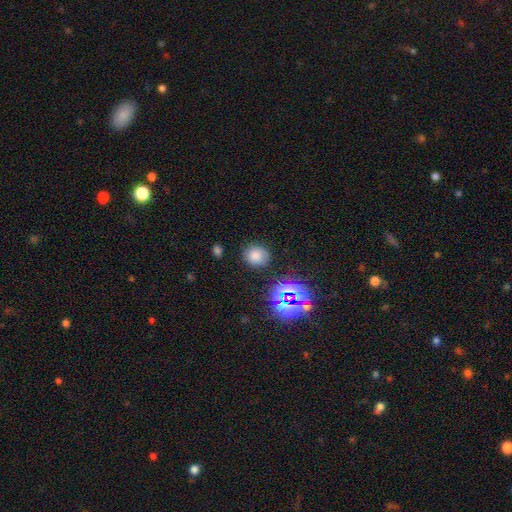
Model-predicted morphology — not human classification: smooth-or-featured: smooth: 71% | star or artifact: 20% | featured or disk: 9%
  how-rounded: round: 79% | in between: 20% | cigar-shaped: 1%
  merging: none: 82% | minor disturbance: 12% | major disturbance: 4% | merger: 2%